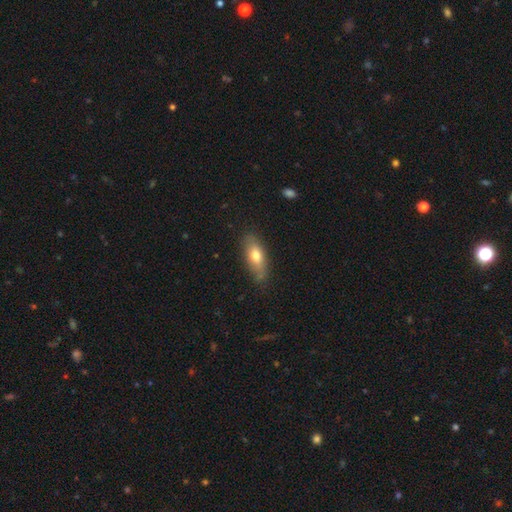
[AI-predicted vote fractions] This appears to be a smooth galaxy with no disk features (70%) that is in between round and cigar-shaped (74%). Merging: none (76%).